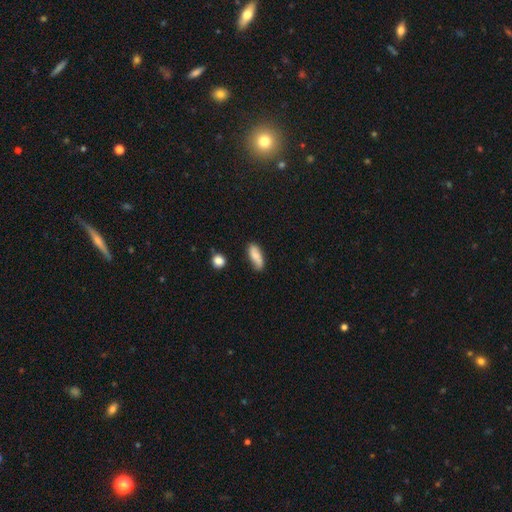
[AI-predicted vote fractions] Smooth or featured: smooth — 77% (featured or disk — 15%)
How rounded: in between — 70% (cigar-shaped — 27%)
Merging: none — 74% (minor disturbance — 19%)